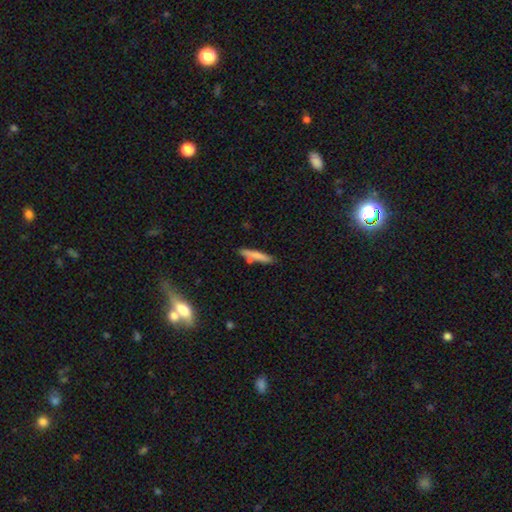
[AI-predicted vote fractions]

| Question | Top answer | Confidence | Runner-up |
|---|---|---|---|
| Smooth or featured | smooth | 74% | featured or disk (19%) |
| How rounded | cigar-shaped | 90% | in between (9%) |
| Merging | none | 75% | minor disturbance (13%) |